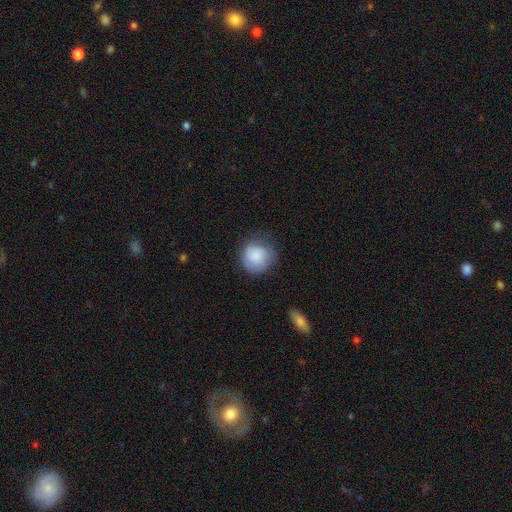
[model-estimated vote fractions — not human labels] Q: Smooth or featured?
A: smooth (80%); runner-up: featured or disk (13%)
Q: How rounded?
A: round (88%); runner-up: in between (11%)
Q: Merging?
A: none (65%); runner-up: minor disturbance (24%)